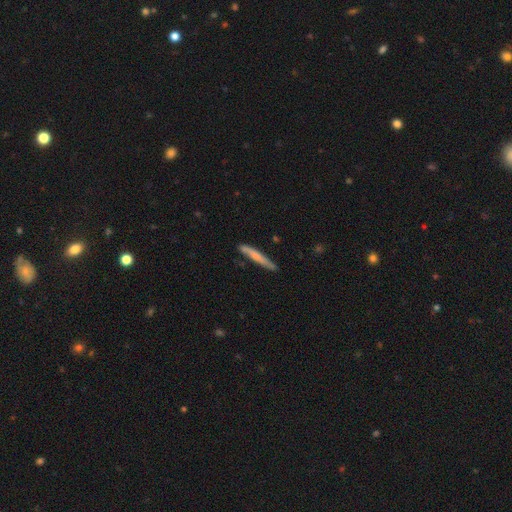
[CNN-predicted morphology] This is likely a smooth galaxy (61%). How rounded: clearly cigar-shaped (95%). Merging: likely none (78%).